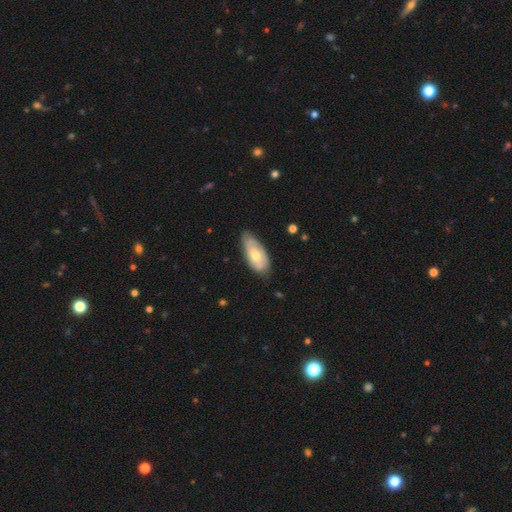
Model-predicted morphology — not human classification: A featured or disk galaxy (51%).

Vote fractions:
- Smooth or featured? featured or disk: 51% / smooth: 44% / star or artifact: 6%
- Edge-on disk? no: 87% / yes: 13%
- Merging? none: 71% / minor disturbance: 24% / major disturbance: 4% / merger: 1%